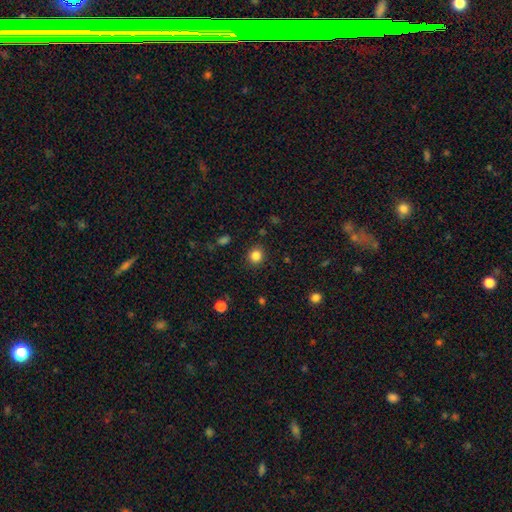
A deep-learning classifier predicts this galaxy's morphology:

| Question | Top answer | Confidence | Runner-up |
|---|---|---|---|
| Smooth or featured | smooth | 84% | star or artifact (12%) |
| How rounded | round | 86% | in between (13%) |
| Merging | none | 89% | minor disturbance (7%) |